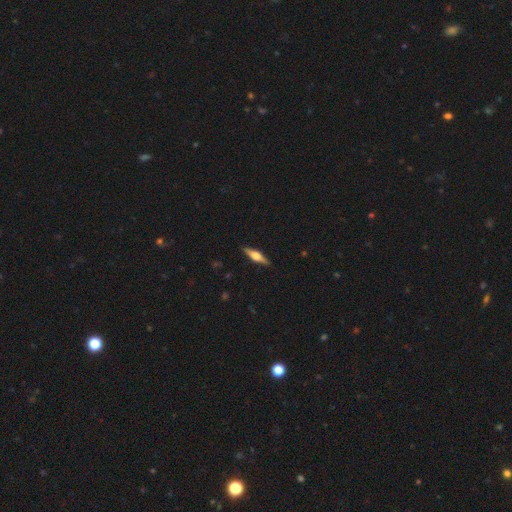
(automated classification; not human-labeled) featured or disk 64%, smooth 30%, star or artifact 6%. Down the decision tree: edge-on disk — yes (96%); edge-on bulge — rounded (89%); merging — none (90%).